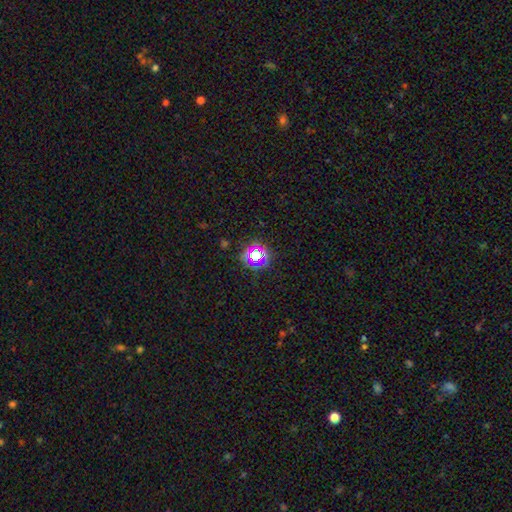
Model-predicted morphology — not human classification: type=star or artifact (66%).